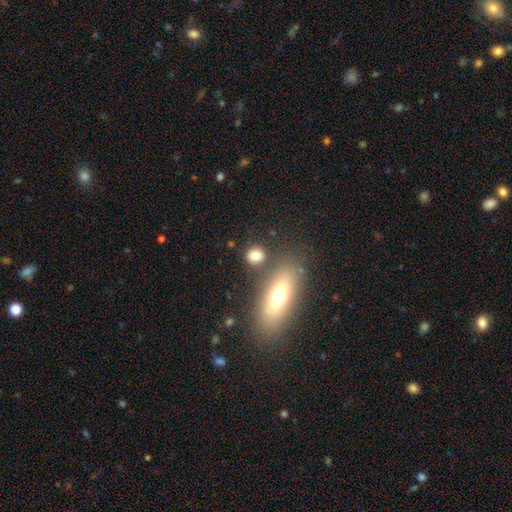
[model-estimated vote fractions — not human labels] This appears to be a smooth galaxy with no disk features (79%) that is round (64%). Merging: none (75%).